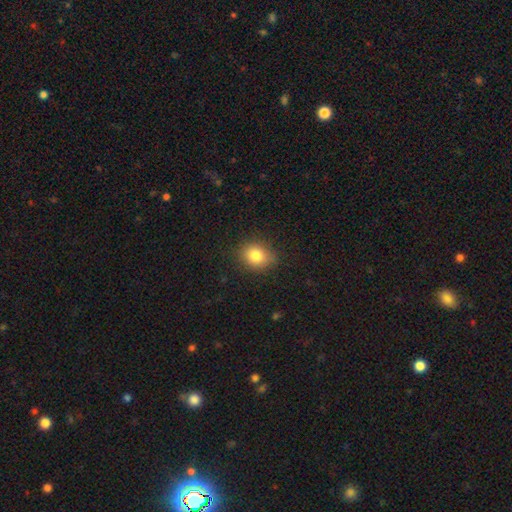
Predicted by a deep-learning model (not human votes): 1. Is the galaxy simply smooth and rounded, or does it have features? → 82% smooth, 10% star or artifact, 7% featured or disk.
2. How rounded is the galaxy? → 56% round, 43% in between, 1% cigar-shaped.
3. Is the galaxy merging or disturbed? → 84% none, 12% minor disturbance, 3% major disturbance, 1% merger.